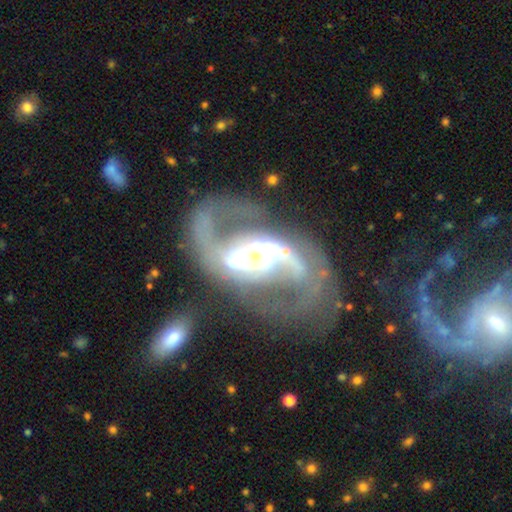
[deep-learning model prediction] This is clearly a featured or disk galaxy (90%). It is clearly not viewed edge-on (97%). Bar: possibly strong (49%). Spiral arm pattern: clearly yes (93%). Spiral arm count: clearly 2 (90%). Spiral winding: possibly medium (45%). Central bulge: marginally moderate (43%). Merging: possibly none (52%).